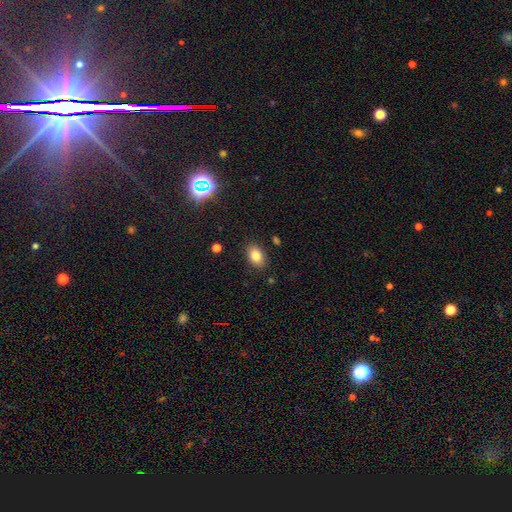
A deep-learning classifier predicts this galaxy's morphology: smooth-or-featured: smooth: 83% | star or artifact: 9% | featured or disk: 8%
  how-rounded: in between: 86% | round: 13% | cigar-shaped: 1%
  merging: none: 86% | minor disturbance: 10% | major disturbance: 3% | merger: 2%